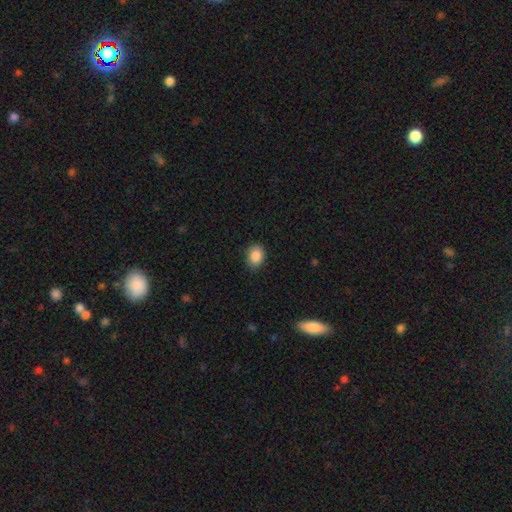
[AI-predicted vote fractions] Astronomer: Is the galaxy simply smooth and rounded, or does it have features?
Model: smooth — 88%.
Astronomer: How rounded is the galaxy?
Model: in between — 67%.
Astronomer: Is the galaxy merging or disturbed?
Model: none — 85%.